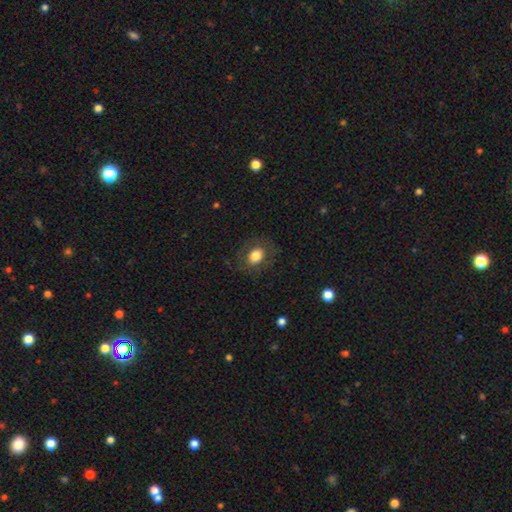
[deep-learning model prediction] smooth-or-featured: smooth: 75% | featured or disk: 16% | star or artifact: 9%
  how-rounded: in between: 53% | round: 46% | cigar-shaped: 1%
  merging: none: 78% | minor disturbance: 13% | major disturbance: 8% | merger: 1%